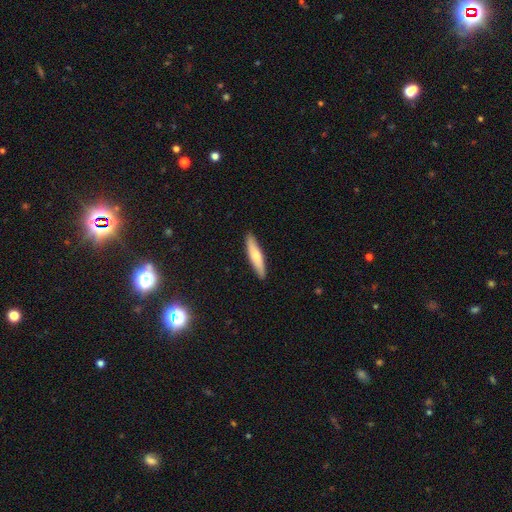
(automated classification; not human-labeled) Smooth or featured? Predicted: smooth (p=0.68). How rounded? Predicted: cigar-shaped (p=0.84). Merging? Predicted: none (p=0.90).